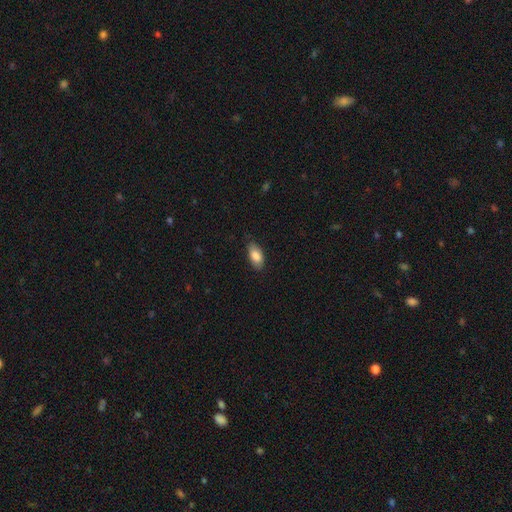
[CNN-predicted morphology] This appears to be a smooth galaxy with no disk features (86%) that is in between round and cigar-shaped (91%). Merging: none (80%).